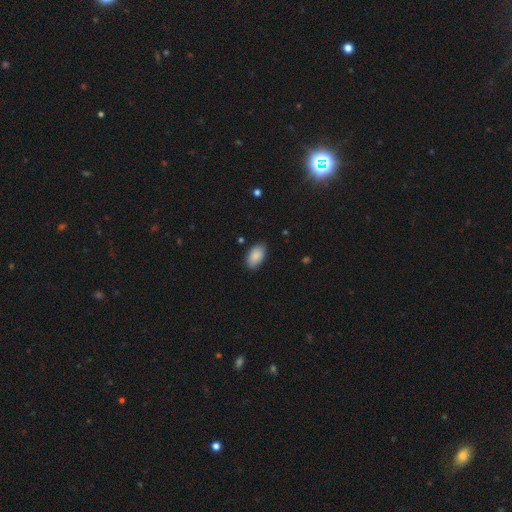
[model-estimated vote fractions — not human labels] A smooth galaxy with no disk features (88%) that is in between round and cigar-shaped (94%).

Vote fractions:
- Smooth or featured? smooth: 88% / star or artifact: 7% / featured or disk: 5%
- How rounded? in between: 94% / round: 4% / cigar-shaped: 2%
- Merging? none: 85% / minor disturbance: 11% / major disturbance: 2% / merger: 1%